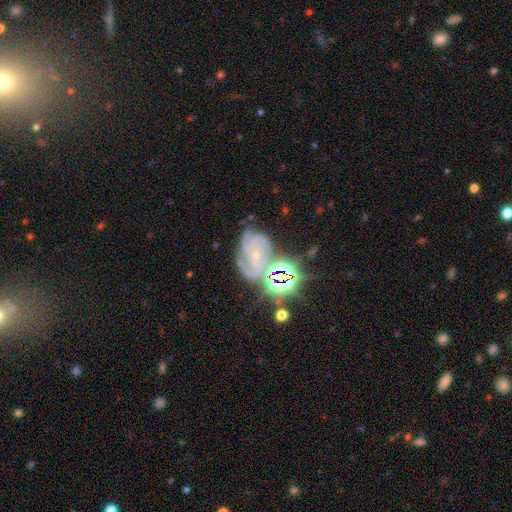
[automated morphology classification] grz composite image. It shows a featured or disk galaxy (67%) with no bar (63%), 3 (33%) tight (67%) spiral arms (95%) and a small central bulge (80%). Merging: none (57%).